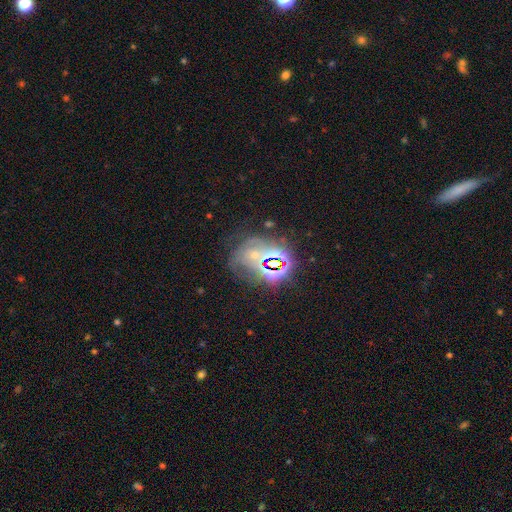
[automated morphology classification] A star or artifact, not a galaxy (47%).